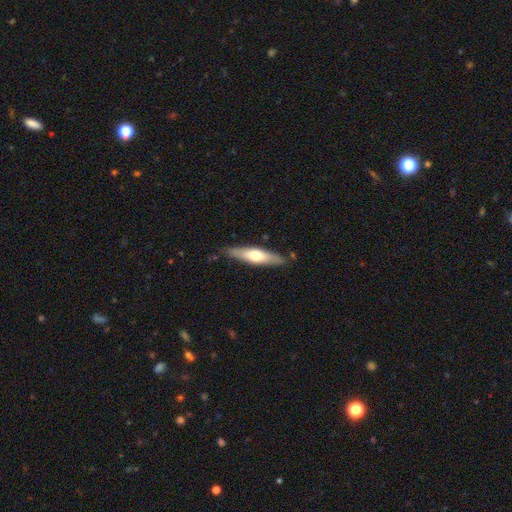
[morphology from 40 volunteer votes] Smooth or featured: featured or disk — 57% (smooth — 40%)
Edge-on disk: yes — 78% (no — 22%)
Edge-on bulge: rounded — 100%
Merging: none — 74% (minor disturbance — 13%)